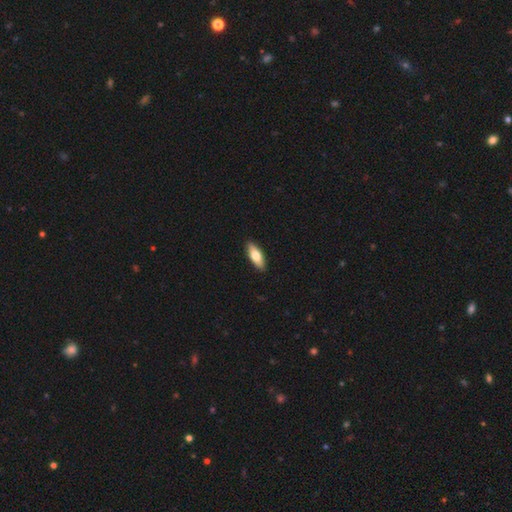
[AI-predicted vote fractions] smooth-or-featured: smooth: 72% | featured or disk: 23% | star or artifact: 5%
  how-rounded: in between: 67% | cigar-shaped: 31% | round: 2%
  merging: none: 91% | minor disturbance: 6% | major disturbance: 1% | merger: 1%